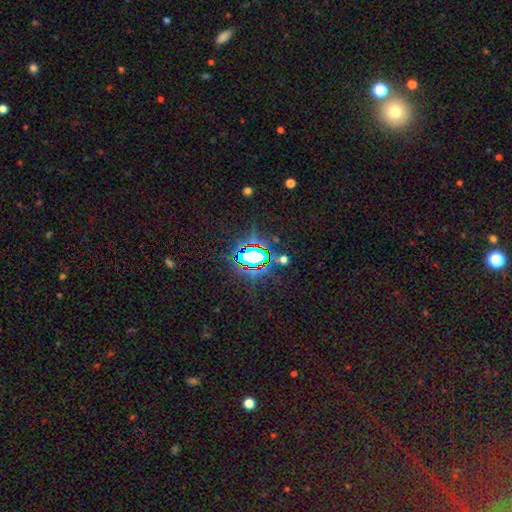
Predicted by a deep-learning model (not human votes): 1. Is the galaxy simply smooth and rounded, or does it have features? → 82% star or artifact, 12% smooth, 7% featured or disk.